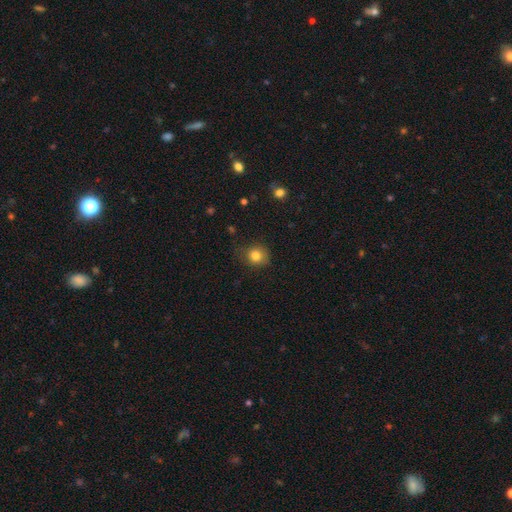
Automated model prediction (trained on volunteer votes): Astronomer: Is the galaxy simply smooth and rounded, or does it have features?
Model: smooth — 82%.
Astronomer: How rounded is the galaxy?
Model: round — 82%.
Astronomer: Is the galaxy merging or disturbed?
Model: none — 75%.